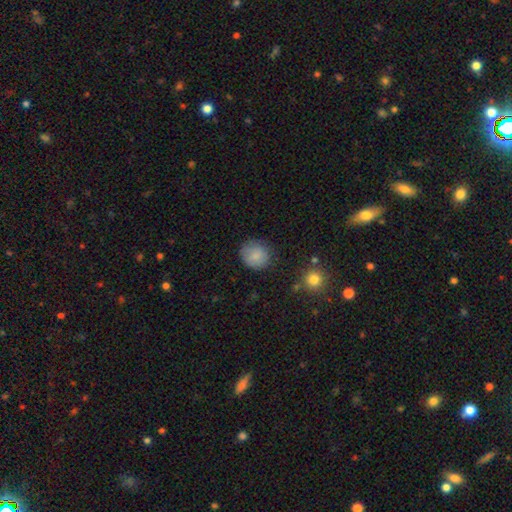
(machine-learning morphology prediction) smooth_or_featured: smooth (p=0.84) [alt: star or artifact p=0.08]
how_rounded: round (p=0.85) [alt: in between p=0.14]
merging: none (p=0.78) [alt: minor disturbance p=0.16]